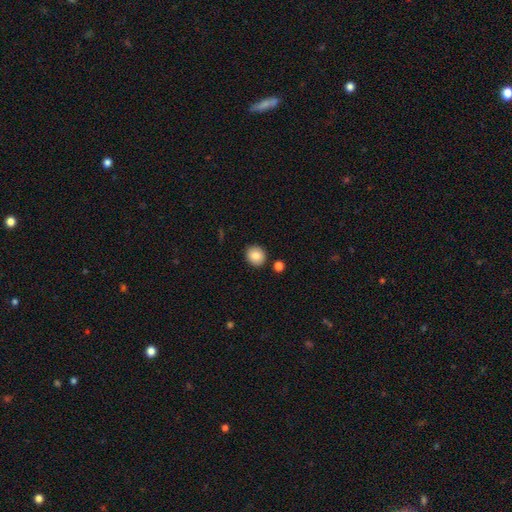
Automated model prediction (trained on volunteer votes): The model was most divided on "how rounded": round: 83%, in between: 16%, cigar-shaped: 1%. More confident: merging — none (88%); smooth or featured — smooth (85%).